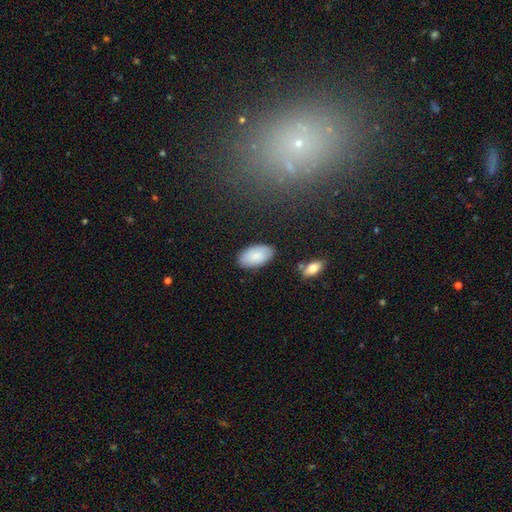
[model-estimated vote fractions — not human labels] Overall: smooth (83%). How rounded: in between (96%). Merging: none (84%).